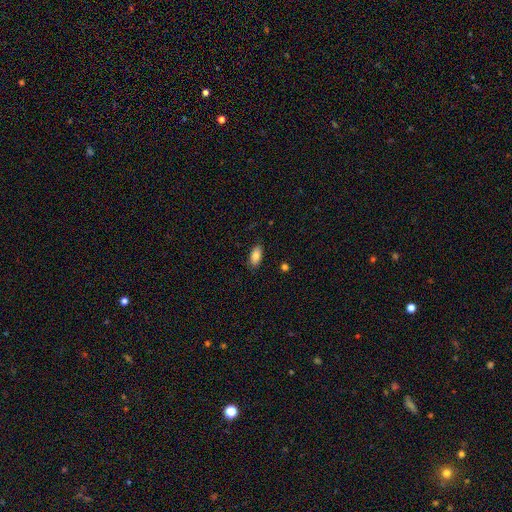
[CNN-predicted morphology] smooth 83%, featured or disk 9%, star or artifact 7%. Down the decision tree: how rounded — in between (91%); merging — none (84%).